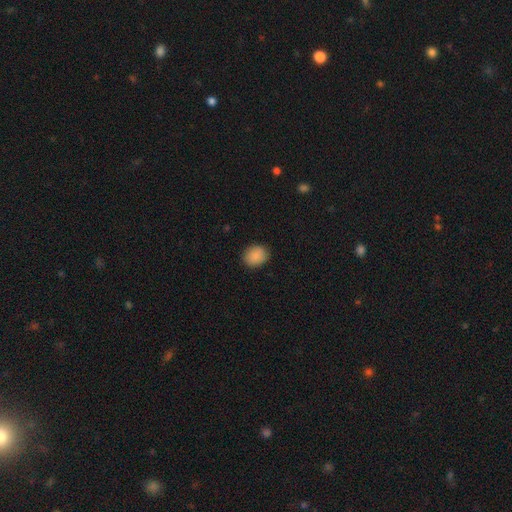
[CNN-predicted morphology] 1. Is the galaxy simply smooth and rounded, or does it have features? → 89% smooth, 8% star or artifact, 3% featured or disk.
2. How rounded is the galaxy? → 58% round, 41% in between, 1% cigar-shaped.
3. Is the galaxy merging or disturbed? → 89% none, 8% minor disturbance, 2% major disturbance, 1% merger.